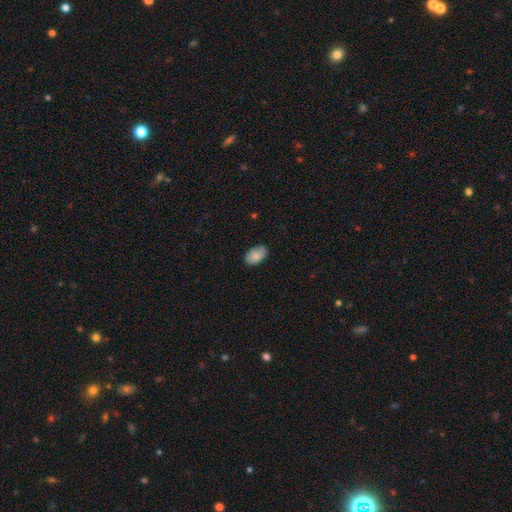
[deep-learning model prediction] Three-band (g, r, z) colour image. It shows a smooth galaxy with no disk features (87%) that is in between round and cigar-shaped (92%). Merging: none (84%).